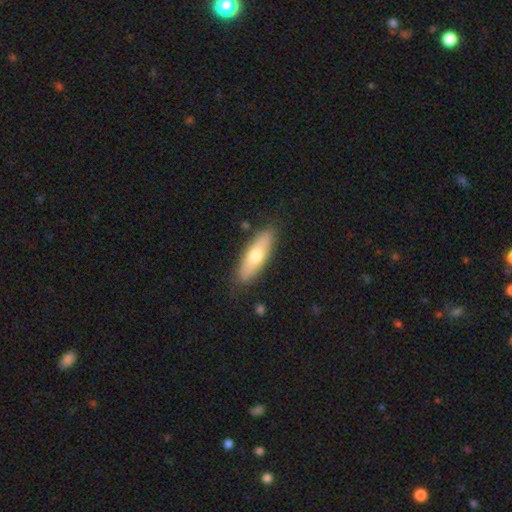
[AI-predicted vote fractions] Overall: smooth (63%; featured or disk 31%). How rounded: cigar-shaped (49%; in between 48%). Merging: none (86%).